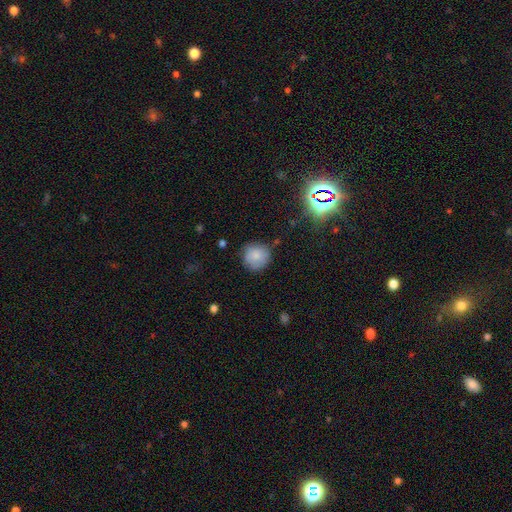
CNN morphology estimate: type=smooth (80%); roundness=round (91%); merging=none (74%).